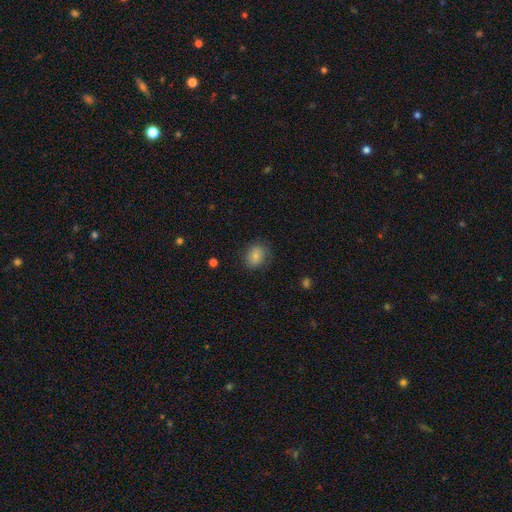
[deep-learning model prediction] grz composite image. It shows a smooth galaxy with no disk features (78%) that is round (53%). Merging: none (76%).